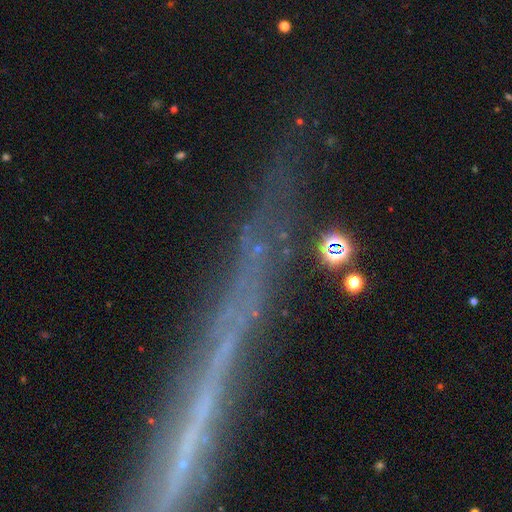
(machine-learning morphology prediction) The model was most divided on "smooth or featured": featured or disk: 42%, star or artifact: 38%, smooth: 21%. More confident: merging — none (66%).